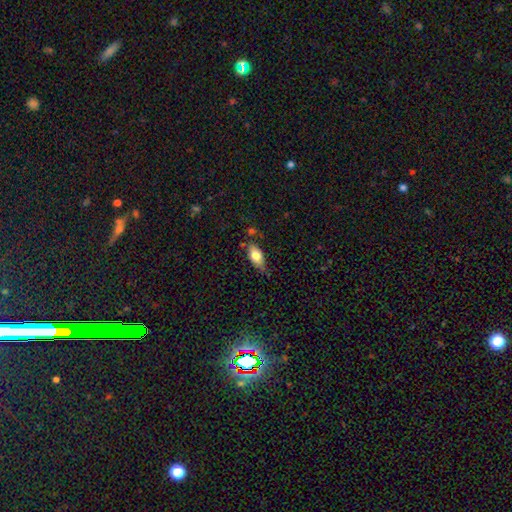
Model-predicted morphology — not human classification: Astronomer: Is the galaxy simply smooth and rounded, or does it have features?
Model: smooth — 72%.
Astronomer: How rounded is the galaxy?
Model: in between — 85%.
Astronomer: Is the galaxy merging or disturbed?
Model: none — 63%.